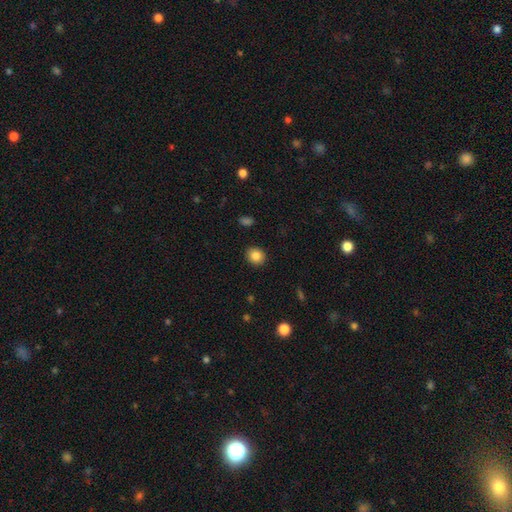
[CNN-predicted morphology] type=smooth (85%); roundness=round (77%); merging=none (90%).